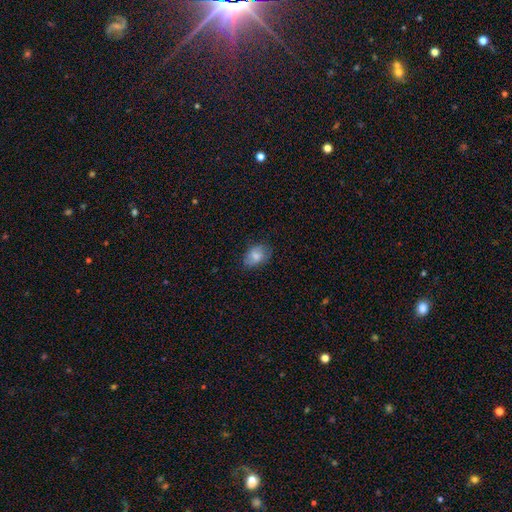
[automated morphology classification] Smooth or featured? Predicted: smooth (p=0.78). How rounded? Predicted: in between (p=0.76). Merging? Predicted: none (p=0.71).